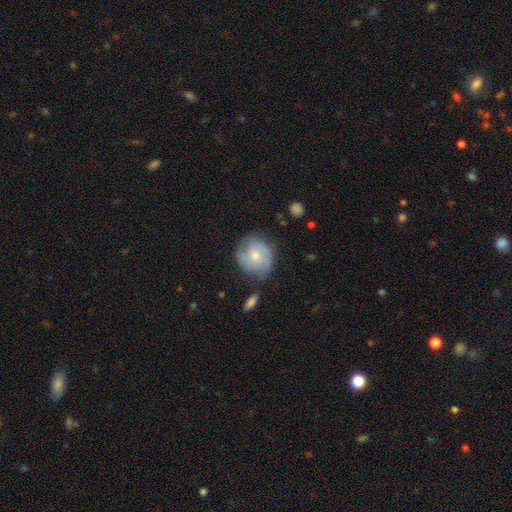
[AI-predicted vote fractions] The model was most divided on "smooth or featured": featured or disk: 52%, smooth: 42%, star or artifact: 7%. More confident: edge-on disk — no (97%); spiral arms — yes (84%); bar — no (73%); merging — none (67%); bulge size — moderate (58%).